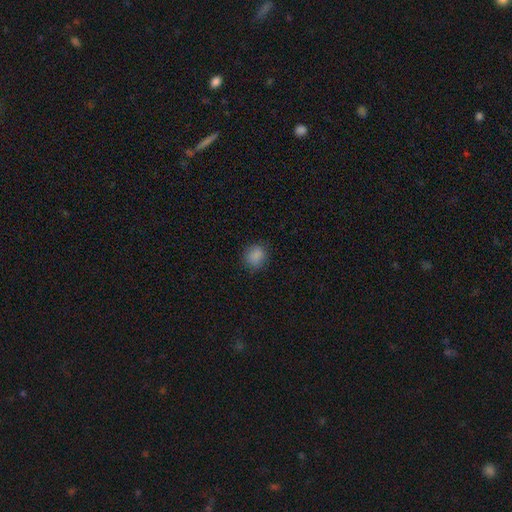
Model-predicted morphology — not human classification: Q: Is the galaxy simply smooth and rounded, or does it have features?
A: smooth — 86%.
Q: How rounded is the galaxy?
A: round — 74%.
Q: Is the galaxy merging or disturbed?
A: none — 85%.